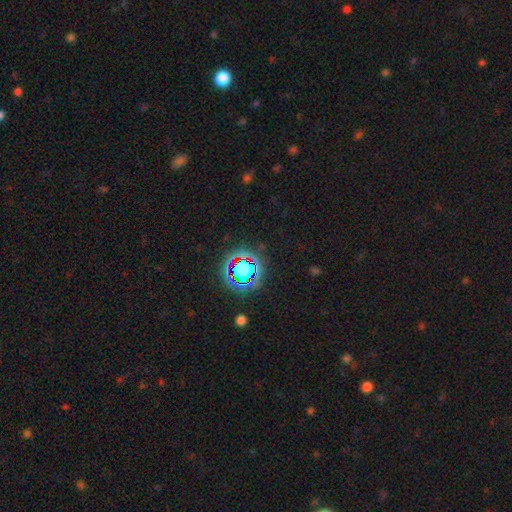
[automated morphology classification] A star or artifact, not a galaxy (79%).